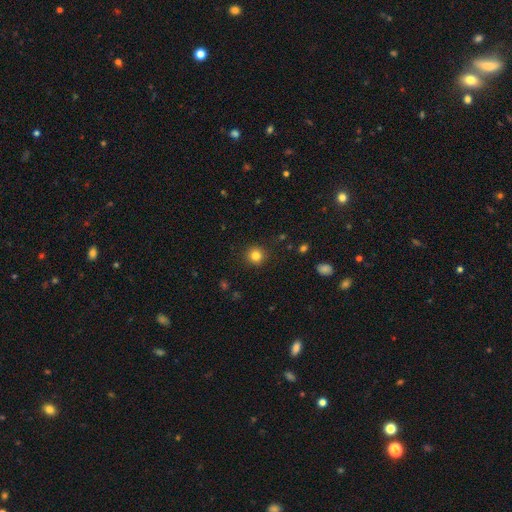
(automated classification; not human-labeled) Smooth or featured?
  - smooth: 82% *
  - star or artifact: 13%
  - featured or disk: 6%
How rounded?
  - round: 93% *
  - in between: 6%
  - cigar-shaped: 1%
Merging?
  - none: 90% *
  - minor disturbance: 6%
  - major disturbance: 2%
  - merger: 1%